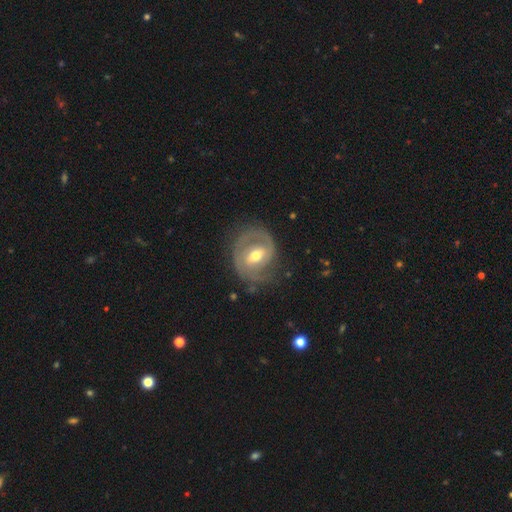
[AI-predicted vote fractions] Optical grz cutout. It shows a featured or disk galaxy (80%) with a weak bar (49%), 2 (65%) tight (50%) spiral arms (85%) and a moderate central bulge (72%). Merging: none (69%).